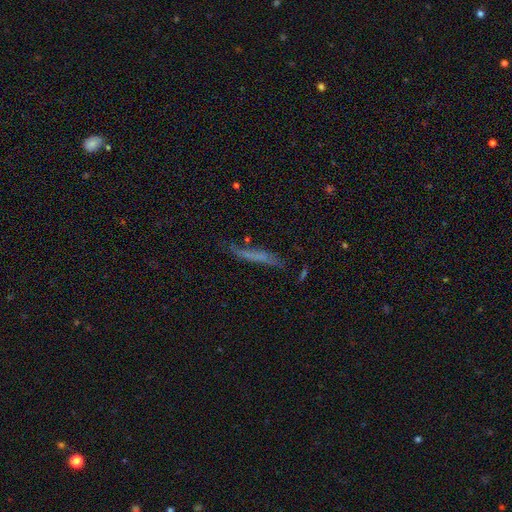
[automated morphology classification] smooth-or-featured: smooth: 50% | featured or disk: 38% | star or artifact: 11%
  how-rounded: cigar-shaped: 91% | in between: 6% | round: 2%
  merging: none: 59% | minor disturbance: 25% | major disturbance: 11% | merger: 5%